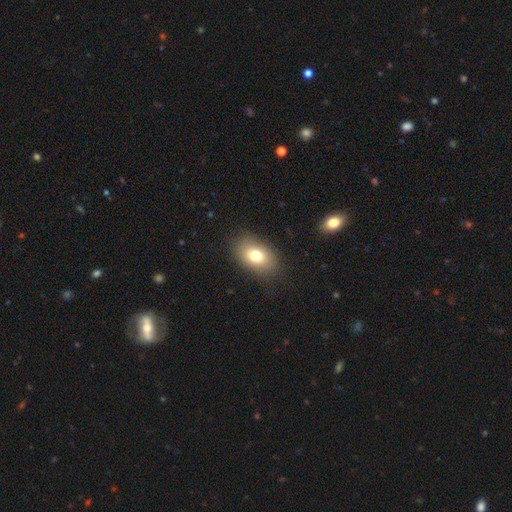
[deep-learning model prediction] A smooth galaxy with no disk features (76%) that is in between round and cigar-shaped (86%). Merging: none (83%).